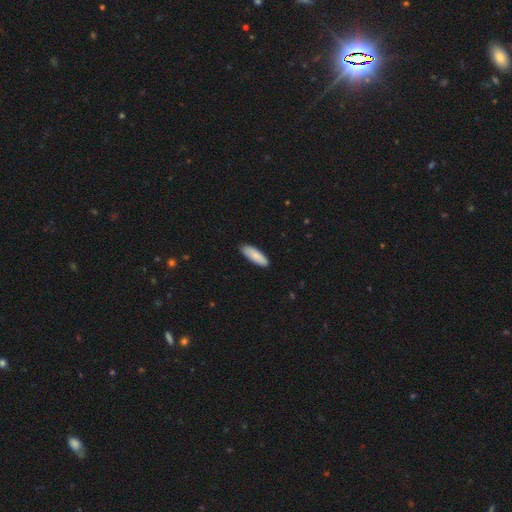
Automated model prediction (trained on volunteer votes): This is clearly a smooth galaxy (86%). How rounded: possibly in between (58%). Merging: clearly none (89%).